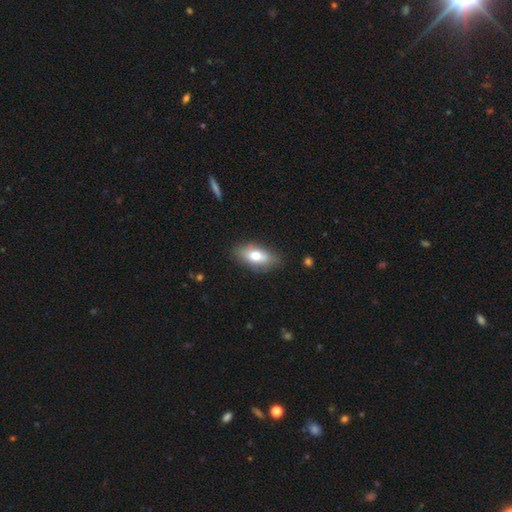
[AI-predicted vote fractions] smooth_or_featured: smooth (p=0.73) [alt: featured or disk p=0.20]
how_rounded: in between (p=0.85) [alt: cigar-shaped p=0.11]
merging: none (p=0.82) [alt: minor disturbance p=0.13]